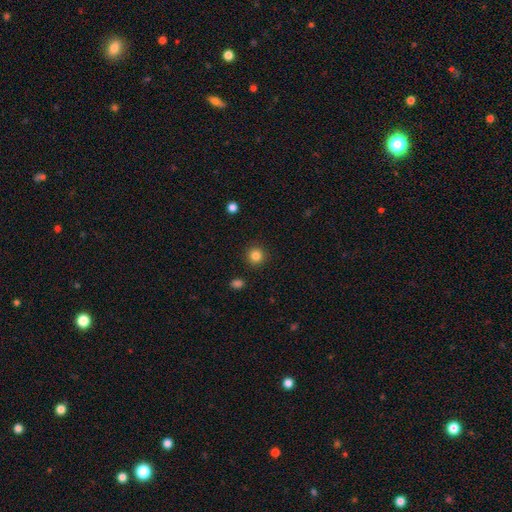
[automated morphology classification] smooth 85%, star or artifact 11%, featured or disk 4%. Down the decision tree: how rounded — round (93%); merging — none (91%).